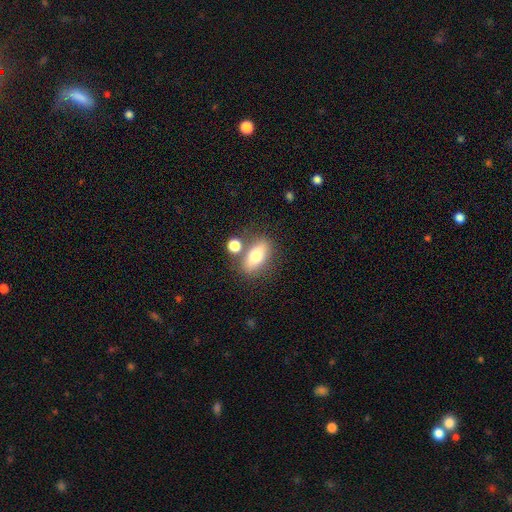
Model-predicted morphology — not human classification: A smooth galaxy with no disk features (73%) that is in between round and cigar-shaped (82%).

Vote fractions:
- Smooth or featured? smooth: 73% / featured or disk: 19% / star or artifact: 8%
- How rounded? in between: 82% / cigar-shaped: 10% / round: 9%
- Merging? none: 68% / merger: 14% / minor disturbance: 13% / major disturbance: 5%